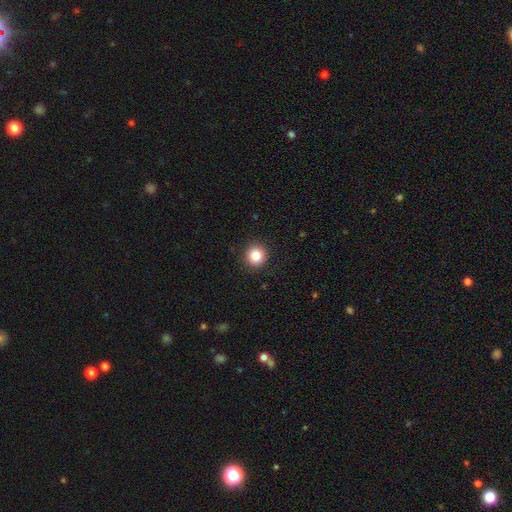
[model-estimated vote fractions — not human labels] smooth 85%, star or artifact 10%, featured or disk 5%. Down the decision tree: how rounded — round (93%); merging — none (91%).